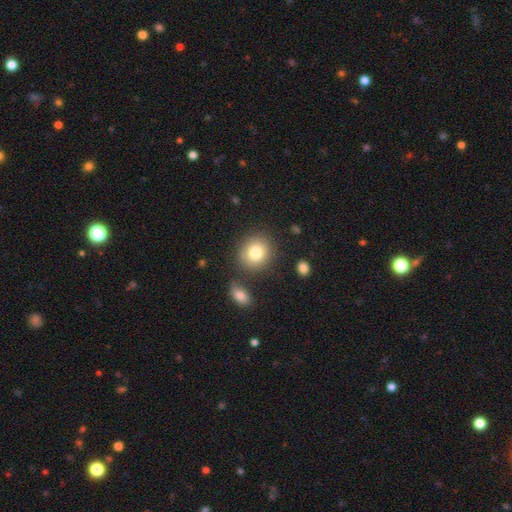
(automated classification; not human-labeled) This is clearly a smooth galaxy (81%). How rounded: likely round (79%). Merging: likely none (79%).